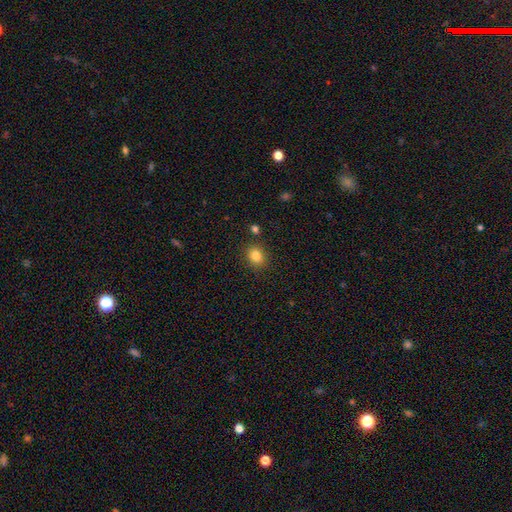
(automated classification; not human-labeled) smooth_or_featured: smooth (p=0.83) [alt: star or artifact p=0.11]
how_rounded: round (p=0.65) [alt: in between p=0.34]
merging: none (p=0.85) [alt: minor disturbance p=0.09]